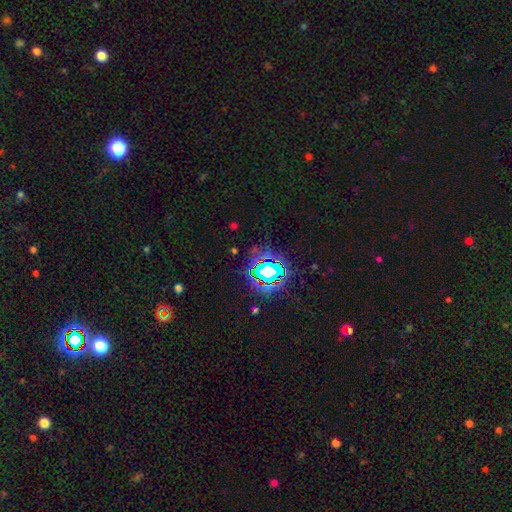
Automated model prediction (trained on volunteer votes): Q: Smooth or featured?
A: star or artifact (82%); runner-up: smooth (11%)